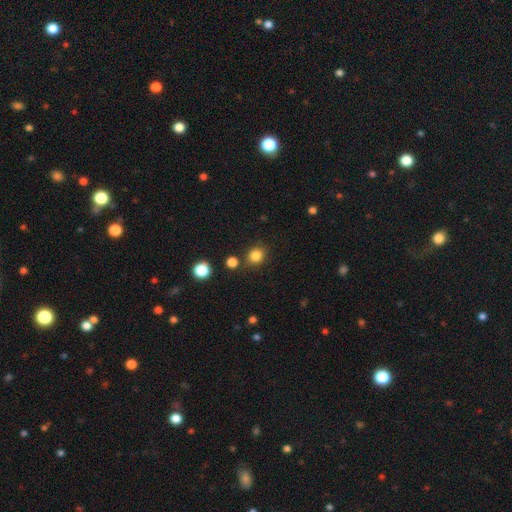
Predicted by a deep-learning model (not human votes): smooth_or_featured: smooth (p=0.83) [alt: star or artifact p=0.12]
how_rounded: round (p=0.74) [alt: in between p=0.25]
merging: none (p=0.80) [alt: minor disturbance p=0.11]